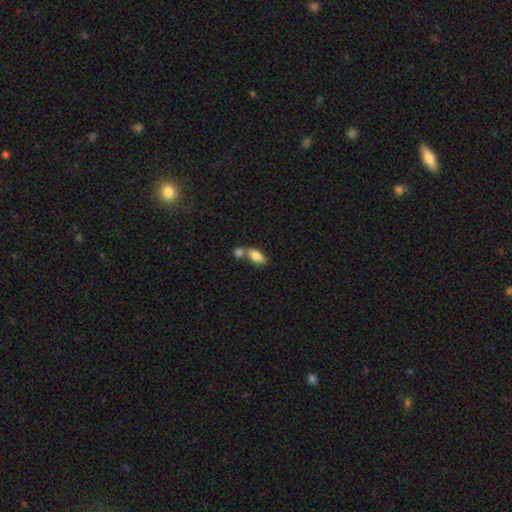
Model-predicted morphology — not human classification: Overall: smooth (82%). How rounded: in between (89%). Merging: merger (44%; none 43%).